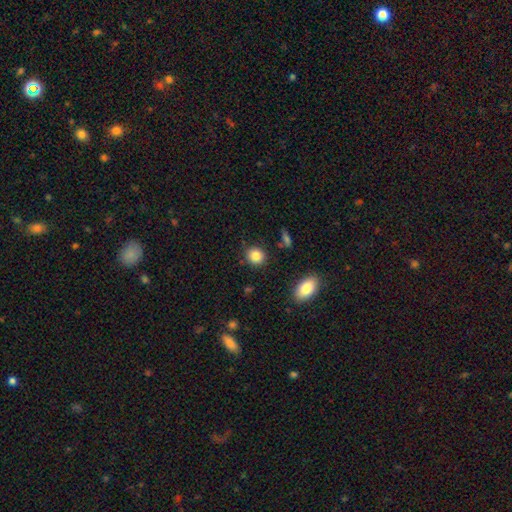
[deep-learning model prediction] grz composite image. It shows a smooth galaxy with no disk features (85%) that is round (79%). Merging: none (88%).